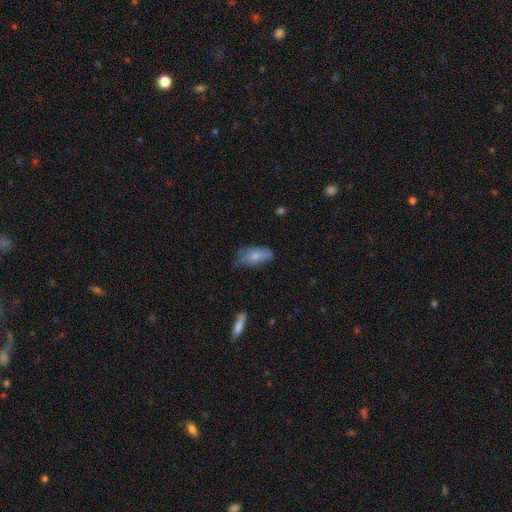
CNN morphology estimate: Smooth or featured: smooth — 76% (featured or disk — 16%)
How rounded: in between — 86% (cigar-shaped — 11%)
Merging: none — 50% (minor disturbance — 36%)